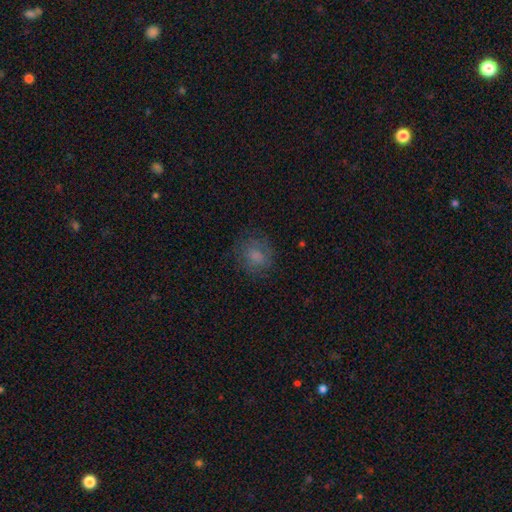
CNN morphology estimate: type=smooth (74%); roundness=round (78%); merging=none (76%).